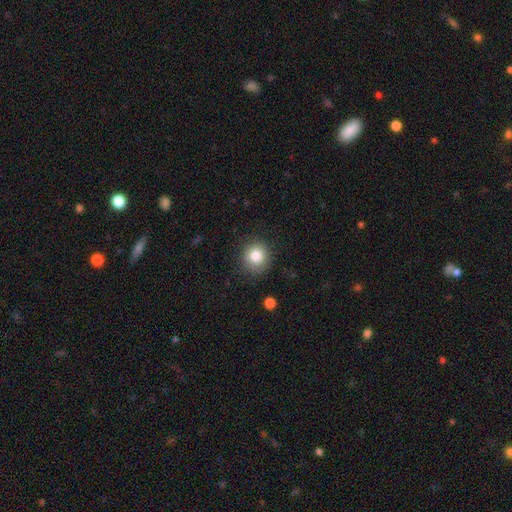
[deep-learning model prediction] This appears to be a smooth galaxy with no disk features (83%) that is round (89%). Merging: none (87%).